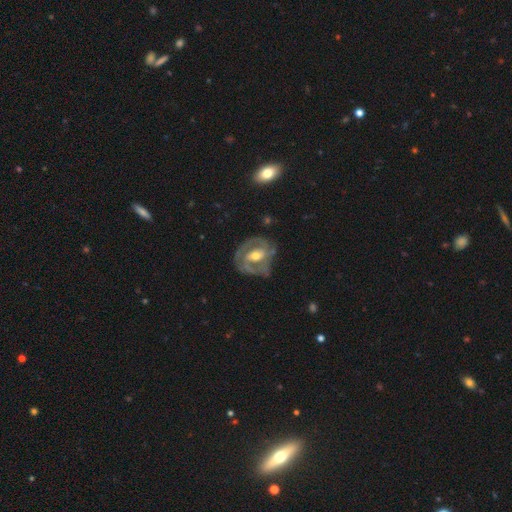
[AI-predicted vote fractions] Smooth or featured?
  - featured or disk: 82% *
  - smooth: 13%
  - star or artifact: 5%
Edge-on disk?
  - no: 97% *
  - yes: 3%
Bar?
  - weak: 41% *
  - no: 30%
  - strong: 28%
Spiral arms?
  - yes: 83% *
  - no: 17%
Spiral winding?
  - tight: 49% *
  - medium: 40%
  - loose: 12%
Spiral arm count?
  - 2: 63% *
  - can't tell: 16%
  - 3: 10%
  - 1: 7%
  - 4: 2%
  - more than 4: 2%
Bulge size?
  - moderate: 68% *
  - small: 23%
  - large: 6%
  - none: 1%
  - dominant: 1%
Merging?
  - none: 65% *
  - minor disturbance: 21%
  - major disturbance: 12%
  - merger: 2%